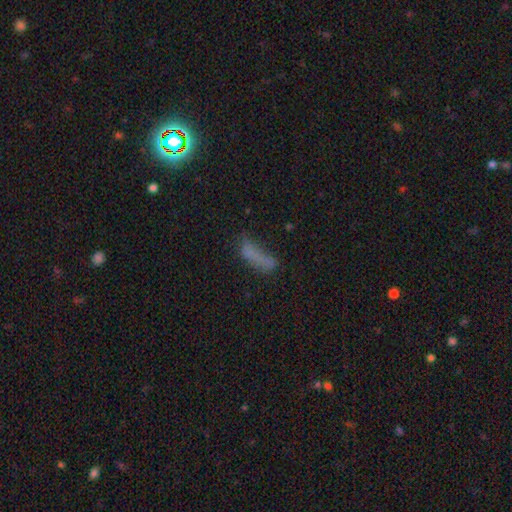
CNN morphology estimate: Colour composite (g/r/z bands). It shows a smooth galaxy with no disk features (63%) that is cigar-shaped (54%). Merging: none (45%).